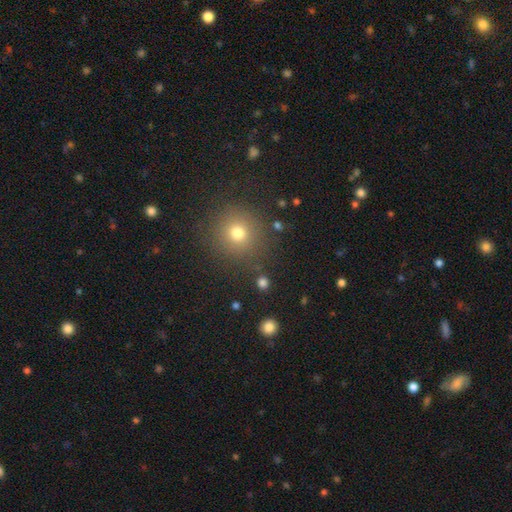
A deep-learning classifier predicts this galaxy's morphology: Q: Smooth or featured?
A: smooth (61%); runner-up: star or artifact (33%)
Q: How rounded?
A: round (94%); runner-up: in between (5%)
Q: Merging?
A: none (90%); runner-up: minor disturbance (6%)